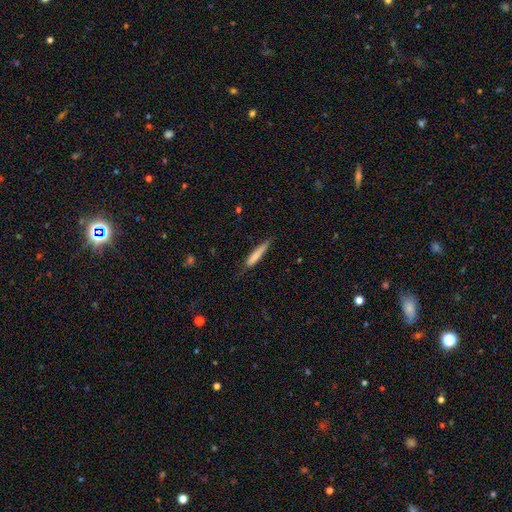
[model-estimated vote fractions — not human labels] smooth_or_featured: smooth (p=0.76) [alt: featured or disk p=0.18]
how_rounded: cigar-shaped (p=0.91) [alt: in between p=0.08]
merging: none (p=0.69) [alt: minor disturbance p=0.25]